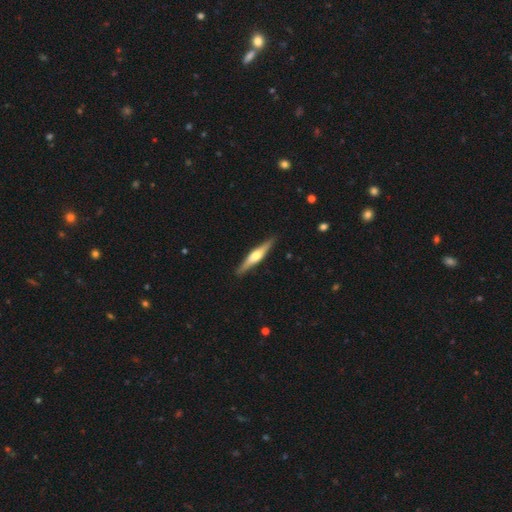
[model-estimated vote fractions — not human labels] Smooth or featured: featured or disk — 66% (smooth — 28%)
Edge-on disk: yes — 97% (no — 3%)
Edge-on bulge: rounded — 89% (boxy — 7%)
Merging: none — 90% (minor disturbance — 7%)